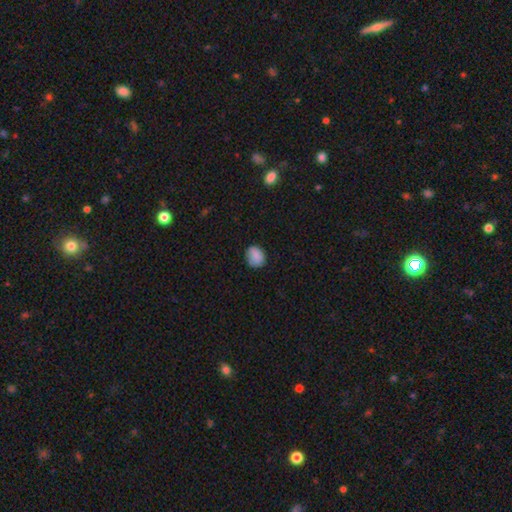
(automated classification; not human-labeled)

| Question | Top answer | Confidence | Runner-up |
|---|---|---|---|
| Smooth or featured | smooth | 84% | star or artifact (8%) |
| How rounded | round | 56% | in between (44%) |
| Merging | none | 78% | minor disturbance (17%) |